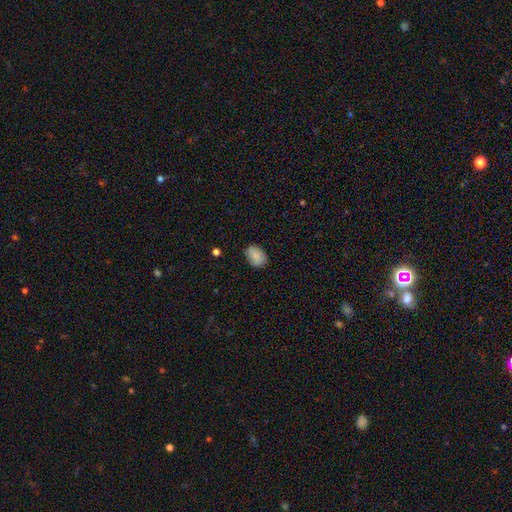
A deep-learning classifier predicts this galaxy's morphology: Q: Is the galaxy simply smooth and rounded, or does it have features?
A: smooth — 82%.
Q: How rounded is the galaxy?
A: in between — 79%.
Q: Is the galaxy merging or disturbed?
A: none — 77%.